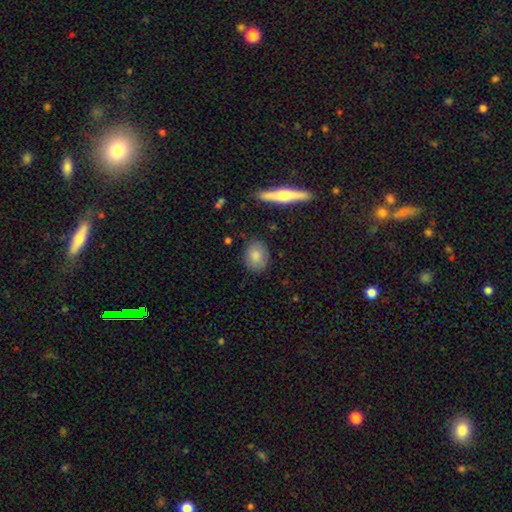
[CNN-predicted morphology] Overall: smooth (82%). How rounded: in between (60%; round 38%). Merging: none (83%).